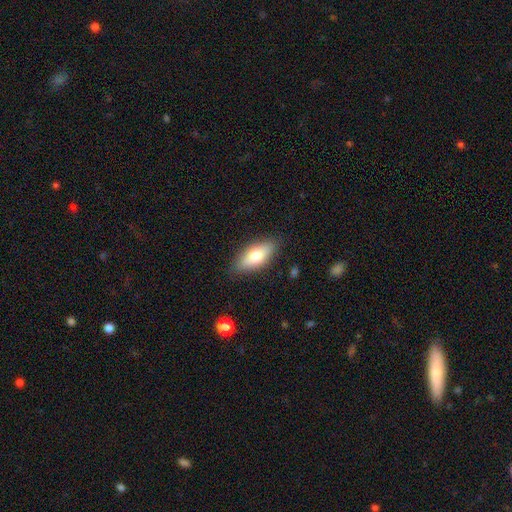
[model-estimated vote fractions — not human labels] Overall: smooth (69%). How rounded: in between (79%). Merging: none (86%).